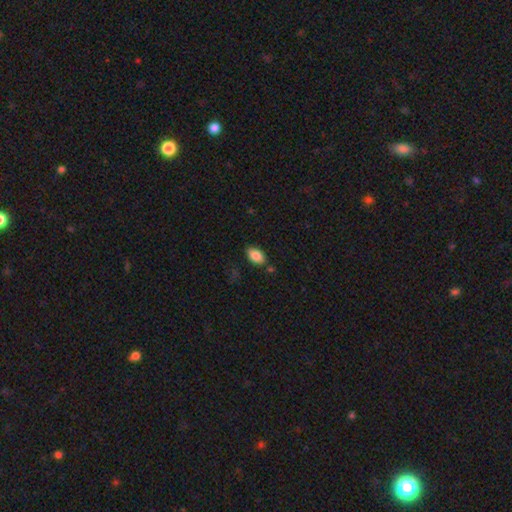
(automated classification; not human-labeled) Smooth or featured: smooth — 86% (star or artifact — 7%)
How rounded: in between — 92% (round — 5%)
Merging: none — 79% (minor disturbance — 13%)